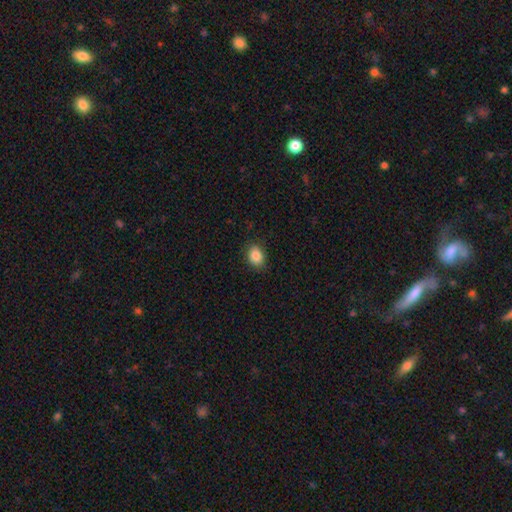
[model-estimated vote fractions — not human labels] Overall: smooth (86%). How rounded: in between (63%; round 36%). Merging: none (85%).